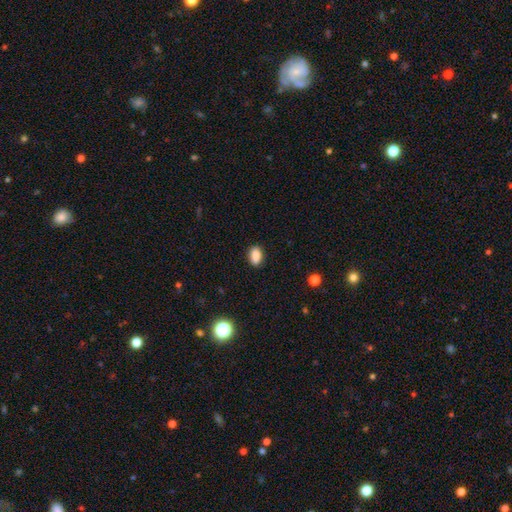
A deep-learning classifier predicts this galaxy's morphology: Overall: smooth (87%). How rounded: in between (86%). Merging: none (87%).